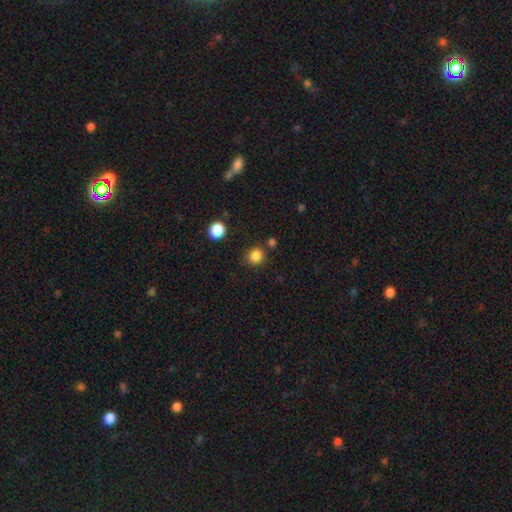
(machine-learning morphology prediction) smooth-or-featured: smooth: 84% | star or artifact: 12% | featured or disk: 3%
  how-rounded: round: 86% | in between: 13% | cigar-shaped: 1%
  merging: none: 81% | minor disturbance: 10% | merger: 6% | major disturbance: 4%